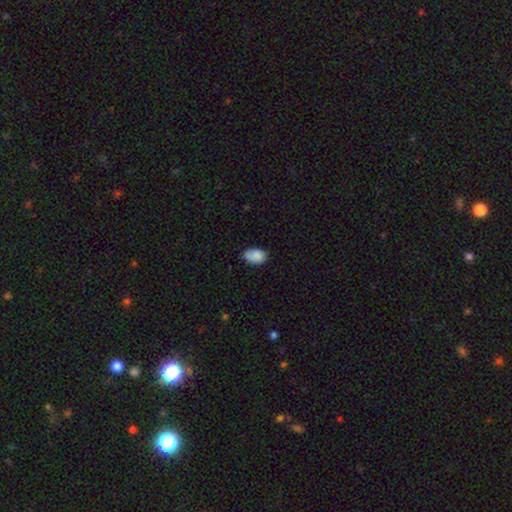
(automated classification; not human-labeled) This is clearly a smooth galaxy (86%). How rounded: clearly in between (88%). Merging: likely none (67%).